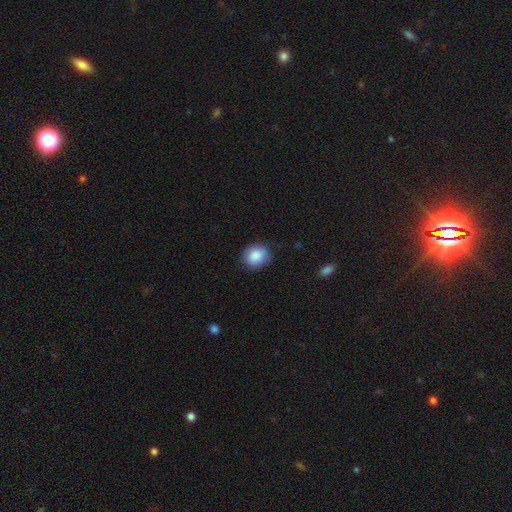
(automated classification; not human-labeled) smooth-or-featured: smooth: 87% | star or artifact: 8% | featured or disk: 6%
  how-rounded: round: 68% | in between: 31% | cigar-shaped: 1%
  merging: none: 78% | minor disturbance: 18% | major disturbance: 3% | merger: 1%